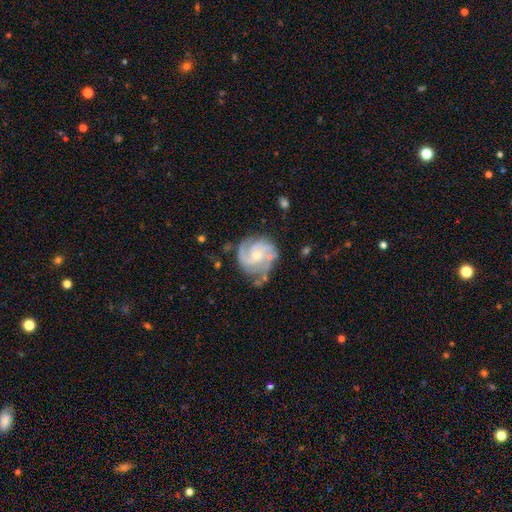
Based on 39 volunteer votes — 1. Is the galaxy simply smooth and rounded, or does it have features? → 90% featured or disk, 5% smooth, 5% star or artifact.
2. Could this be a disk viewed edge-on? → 100% no, 0% yes.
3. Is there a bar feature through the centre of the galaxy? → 60% no, 29% weak, 11% strong.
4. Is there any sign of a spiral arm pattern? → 97% yes, 3% no.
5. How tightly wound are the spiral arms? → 47% tight, 41% medium, 12% loose.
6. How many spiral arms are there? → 32% 3, 26% can't tell, 24% 2, 12% 4, 6% 1, 0% more than 4.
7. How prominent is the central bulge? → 51% small, 43% moderate, 3% large, 3% none, 0% dominant.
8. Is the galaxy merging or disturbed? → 73% none, 11% major disturbance, 8% minor disturbance, 8% merger.